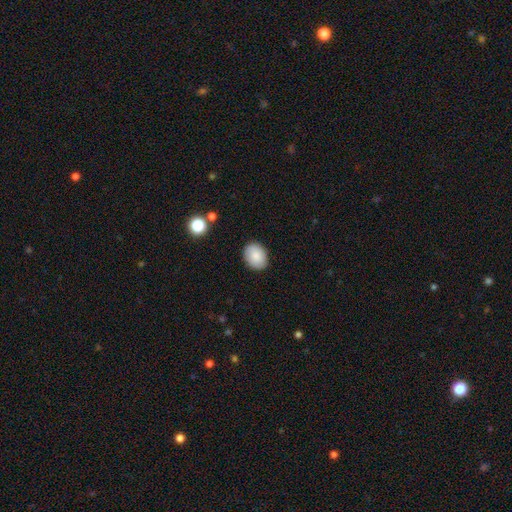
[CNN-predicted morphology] Smooth or featured? smooth (86%)
How rounded? in between (65%)
Merging? none (87%)